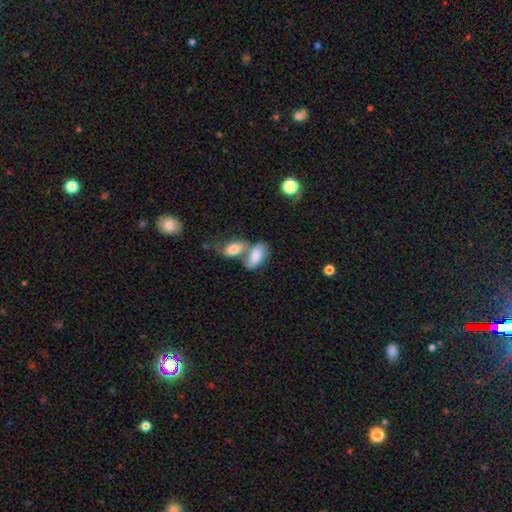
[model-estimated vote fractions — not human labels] Overall: smooth (72%). How rounded: in between (91%). Merging: merger (64%).